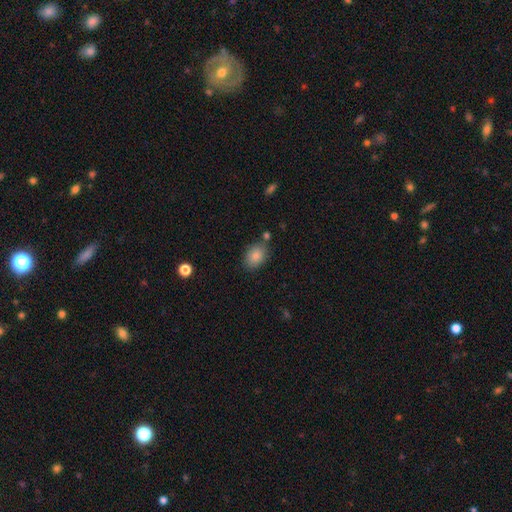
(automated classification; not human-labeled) Smooth or featured? Predicted: smooth (p=0.86). How rounded? Predicted: in between (p=0.78). Merging? Predicted: none (p=0.76).